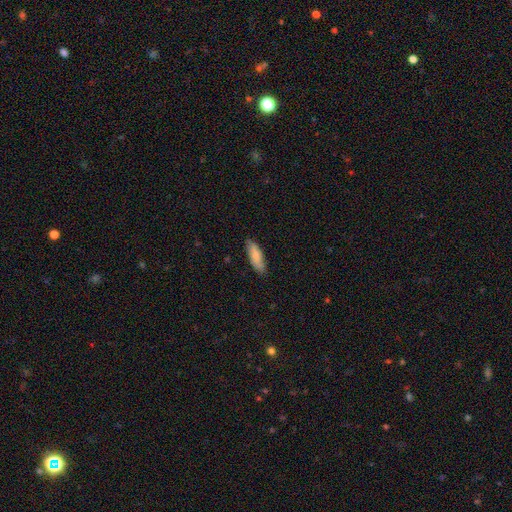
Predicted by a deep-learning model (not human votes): A smooth galaxy with no disk features (82%) that is in between round and cigar-shaped (51%).

Vote fractions:
- Smooth or featured? smooth: 82% / featured or disk: 12% / star or artifact: 5%
- How rounded? in between: 51% / cigar-shaped: 47% / round: 2%
- Merging? none: 83% / minor disturbance: 14% / major disturbance: 2% / merger: 1%